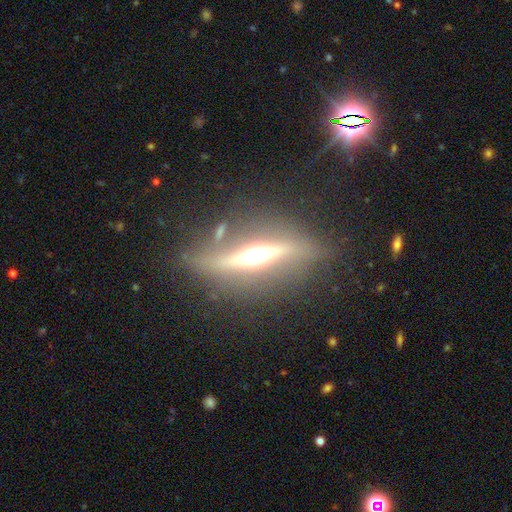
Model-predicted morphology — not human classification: featured or disk 76%, smooth 13%, star or artifact 10%. Down the decision tree: edge-on disk — yes (89%); edge-on bulge — rounded (94%); merging — none (79%).